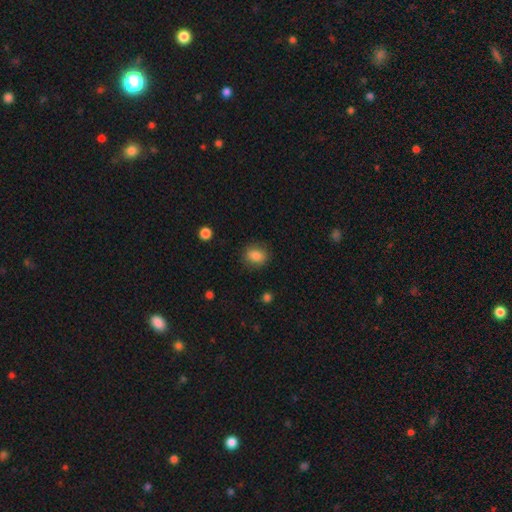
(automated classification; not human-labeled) Morphology: type=smooth (84%); roundness=round (58%); merging=none (85%).